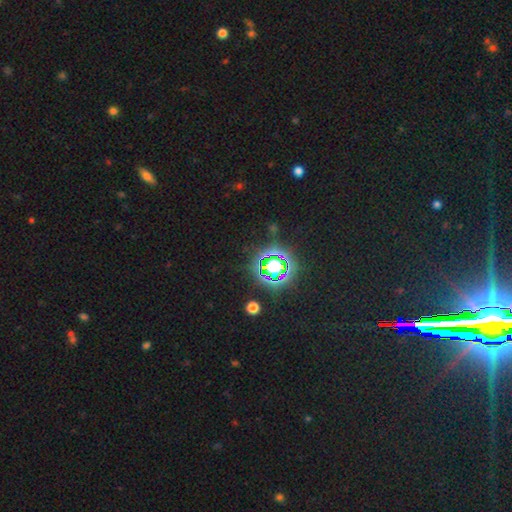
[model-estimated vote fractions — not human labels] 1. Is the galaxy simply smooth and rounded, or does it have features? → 77% star or artifact, 15% smooth, 8% featured or disk.